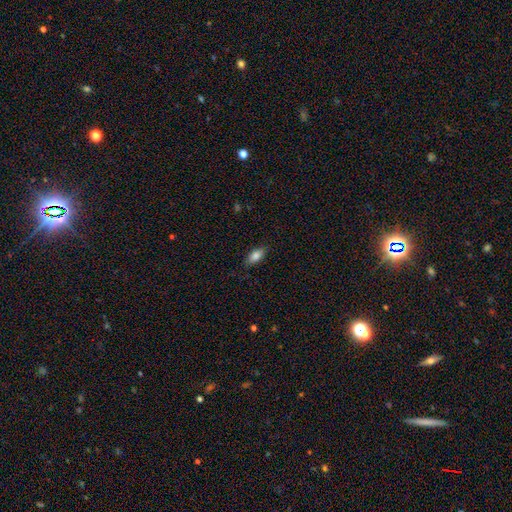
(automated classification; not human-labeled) smooth_or_featured: smooth (p=0.84) [alt: featured or disk p=0.09]
how_rounded: in between (p=0.86) [alt: cigar-shaped p=0.10]
merging: none (p=0.84) [alt: minor disturbance p=0.12]